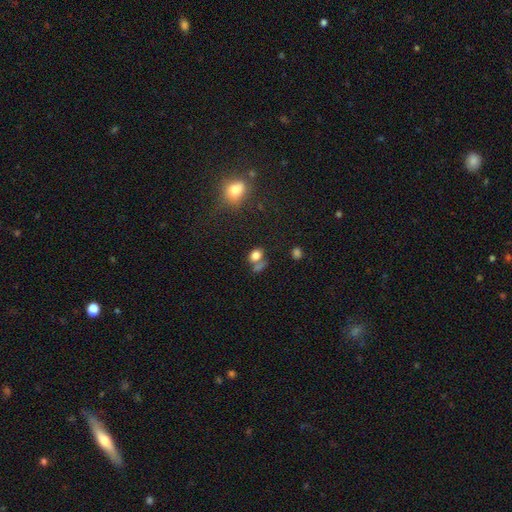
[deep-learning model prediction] Smooth or featured?
  - smooth: 78% *
  - star or artifact: 14%
  - featured or disk: 8%
How rounded?
  - in between: 60% *
  - round: 38%
  - cigar-shaped: 2%
Merging?
  - none: 46% *
  - merger: 33%
  - minor disturbance: 13%
  - major disturbance: 8%